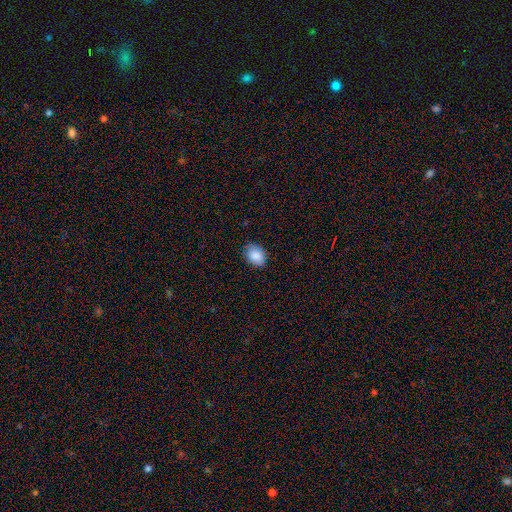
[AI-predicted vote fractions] smooth 87%, star or artifact 8%, featured or disk 6%. Down the decision tree: how rounded — in between (74%); merging — none (79%).